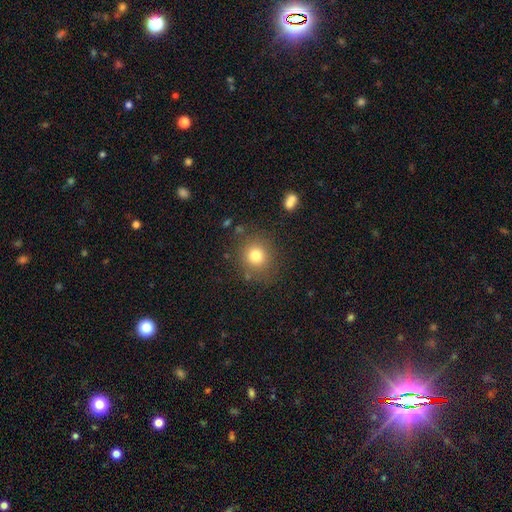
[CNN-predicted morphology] smooth_or_featured: smooth (p=0.79) [alt: star or artifact p=0.13]
how_rounded: round (p=0.87) [alt: in between p=0.12]
merging: none (p=0.82) [alt: minor disturbance p=0.11]